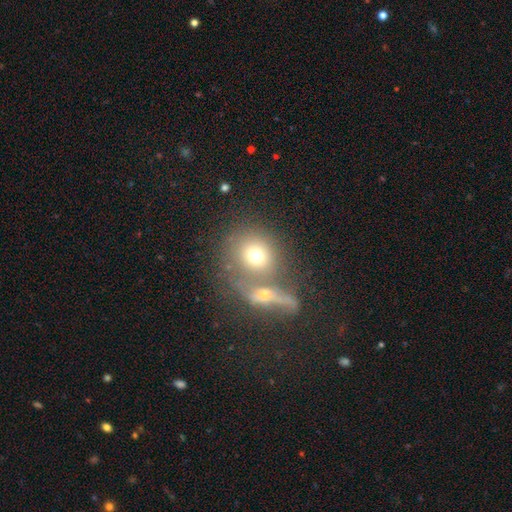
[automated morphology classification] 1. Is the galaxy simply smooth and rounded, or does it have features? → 66% smooth, 22% featured or disk, 12% star or artifact.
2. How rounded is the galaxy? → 78% round, 20% in between, 2% cigar-shaped.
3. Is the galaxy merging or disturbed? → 46% merger, 37% none, 9% minor disturbance, 8% major disturbance.